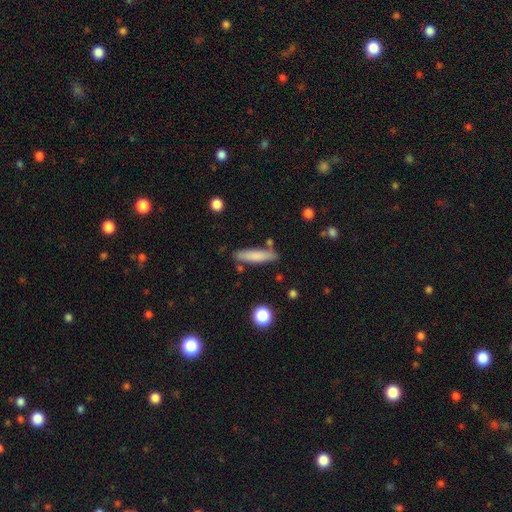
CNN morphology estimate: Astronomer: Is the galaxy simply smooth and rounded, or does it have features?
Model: smooth — 78%.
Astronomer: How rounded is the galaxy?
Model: cigar-shaped — 82%.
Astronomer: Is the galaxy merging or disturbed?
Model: none — 80%.